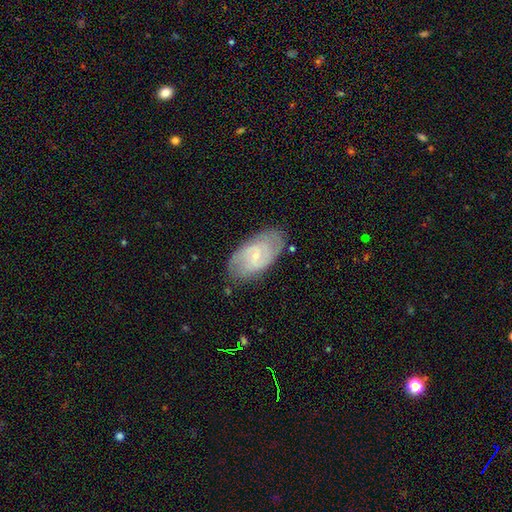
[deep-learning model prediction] A featured or disk galaxy (72%) with a weak bar (52%), 2 (60%) medium (43%) spiral arms (88%) and a small central bulge (79%). Merging: none (78%).